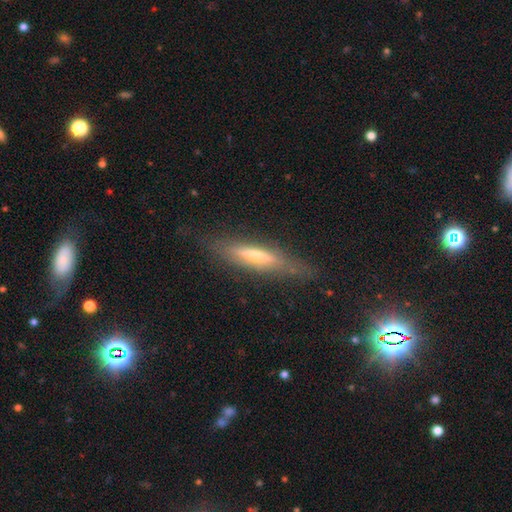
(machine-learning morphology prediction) A featured or disk galaxy (54%) viewed edge-on (88%). Merging: none (75%).